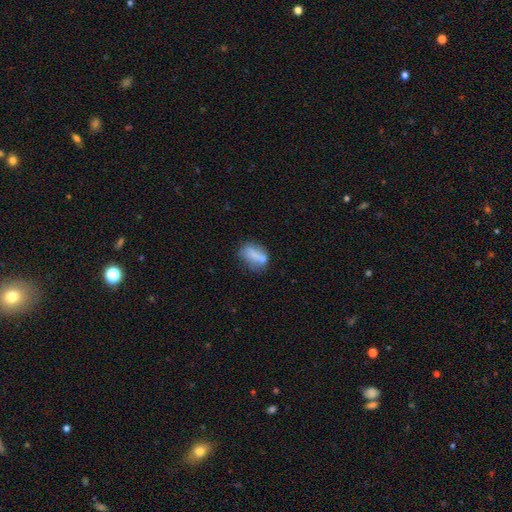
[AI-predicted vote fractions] This appears to be a smooth galaxy with no disk features (71%) that is in between round and cigar-shaped (78%). Merging: none (50%).